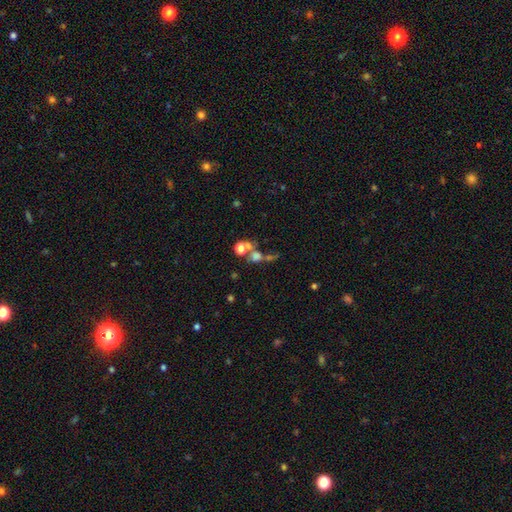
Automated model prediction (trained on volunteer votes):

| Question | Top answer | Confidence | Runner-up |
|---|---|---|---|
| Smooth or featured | smooth | 41% | star or artifact (39%) |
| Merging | none | 42% | merger (39%) |